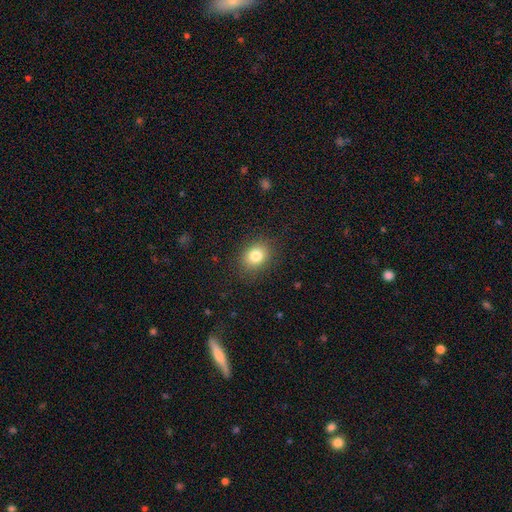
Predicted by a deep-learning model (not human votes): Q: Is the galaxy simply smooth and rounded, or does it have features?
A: smooth — 82%.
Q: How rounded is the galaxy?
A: round — 53%.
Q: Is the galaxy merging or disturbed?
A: none — 86%.